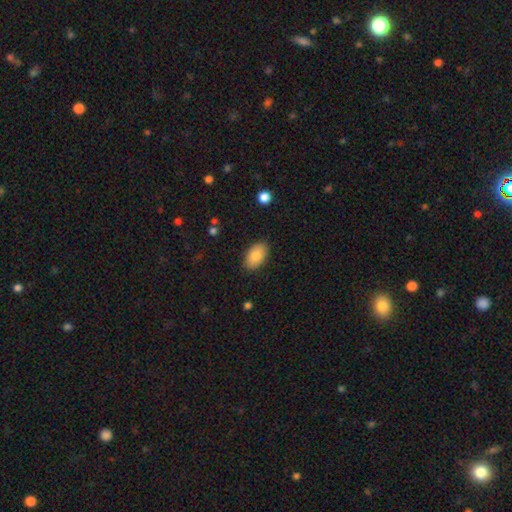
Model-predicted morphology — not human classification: A smooth galaxy with no disk features (84%) that is in between round and cigar-shaped (94%).

Vote fractions:
- Smooth or featured? smooth: 84% / featured or disk: 9% / star or artifact: 7%
- How rounded? in between: 94% / round: 5% / cigar-shaped: 1%
- Merging? none: 86% / minor disturbance: 10% / major disturbance: 2% / merger: 1%